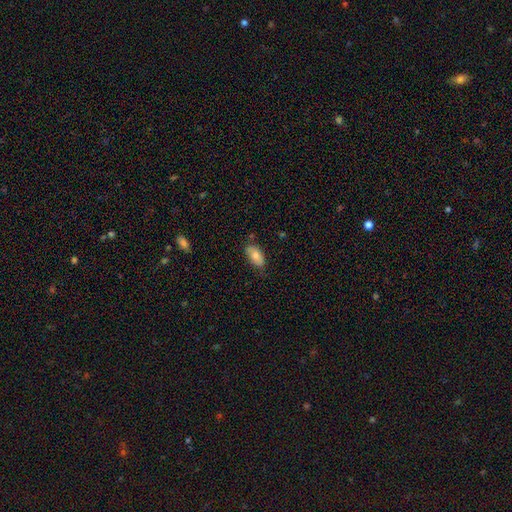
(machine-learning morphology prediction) Smooth or featured? smooth (75%)
How rounded? in between (93%)
Merging? none (75%)